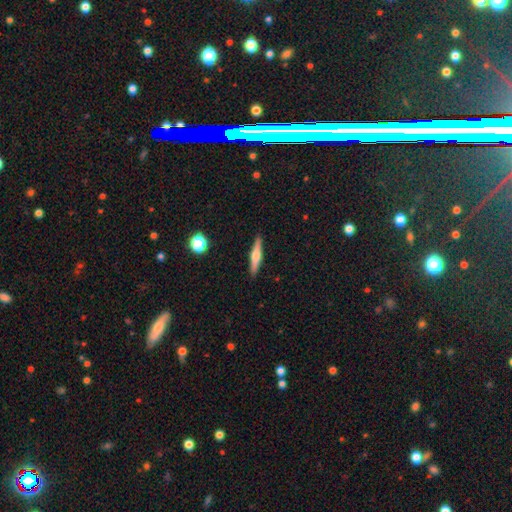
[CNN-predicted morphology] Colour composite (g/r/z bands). It shows a featured or disk galaxy (58%) viewed edge-on (97%) with a rounded central bulge (86%). Merging: none (91%).